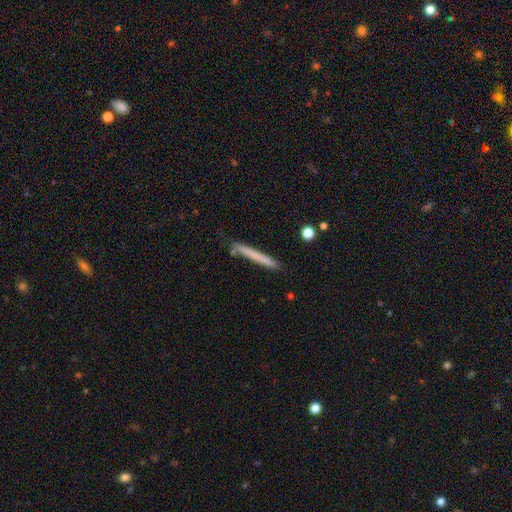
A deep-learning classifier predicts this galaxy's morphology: A smooth galaxy with no disk features (66%) that is cigar-shaped (97%).

Vote fractions:
- Smooth or featured? smooth: 66% / featured or disk: 28% / star or artifact: 6%
- How rounded? cigar-shaped: 97% / in between: 2% / round: 1%
- Merging? none: 86% / minor disturbance: 10% / merger: 3% / major disturbance: 2%